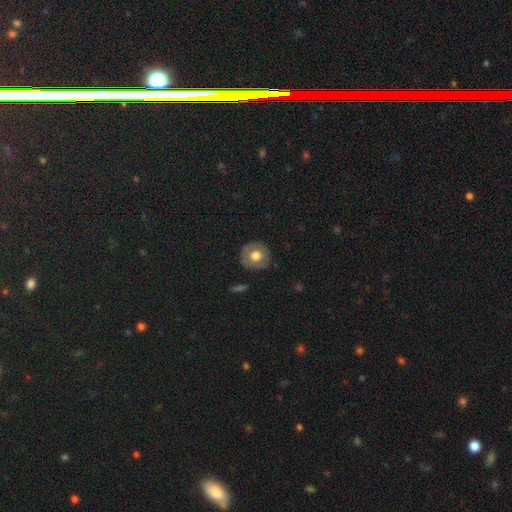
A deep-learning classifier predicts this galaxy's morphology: Smooth or featured?
  - smooth: 62% *
  - featured or disk: 30%
  - star or artifact: 8%
How rounded?
  - round: 91% *
  - in between: 8%
  - cigar-shaped: 1%
Merging?
  - none: 84% *
  - minor disturbance: 11%
  - major disturbance: 3%
  - merger: 1%